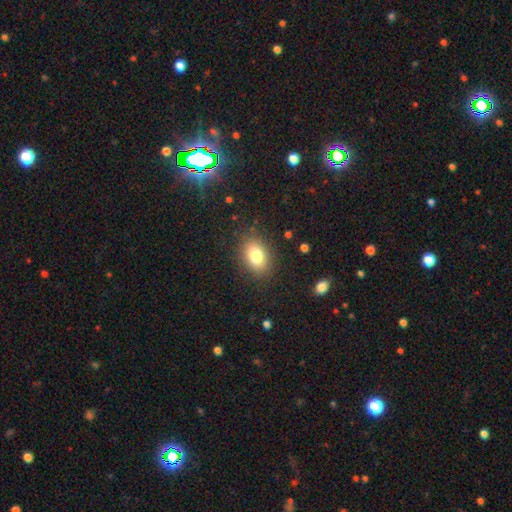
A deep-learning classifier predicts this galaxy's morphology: The model was most divided on "how rounded": in between: 80%, round: 19%, cigar-shaped: 1%. More confident: merging — none (85%); smooth or featured — smooth (79%).